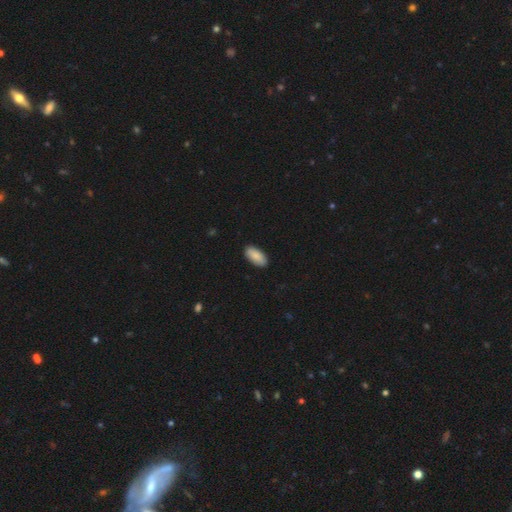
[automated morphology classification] Overall: smooth (89%). How rounded: in between (93%). Merging: none (89%).